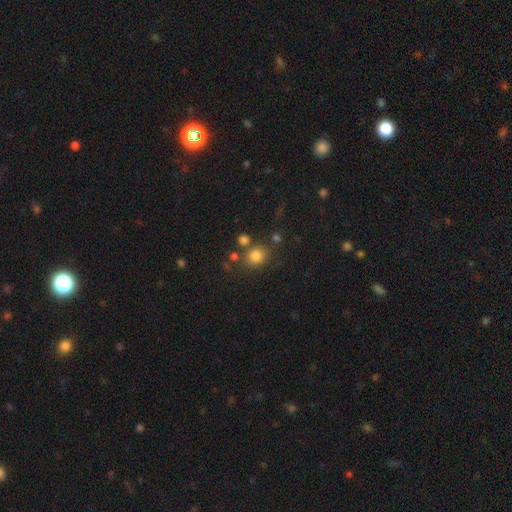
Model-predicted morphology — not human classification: A smooth galaxy with no disk features (81%) that is round (71%). Merging: none (72%).